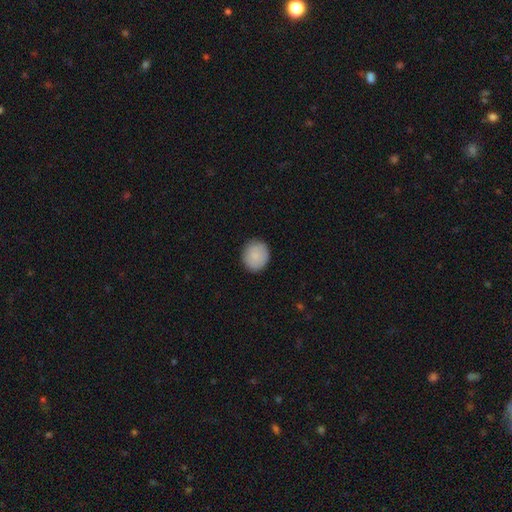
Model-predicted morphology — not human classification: Q: Smooth or featured?
A: smooth (89%); runner-up: star or artifact (7%)
Q: How rounded?
A: round (83%); runner-up: in between (16%)
Q: Merging?
A: none (89%); runner-up: minor disturbance (8%)